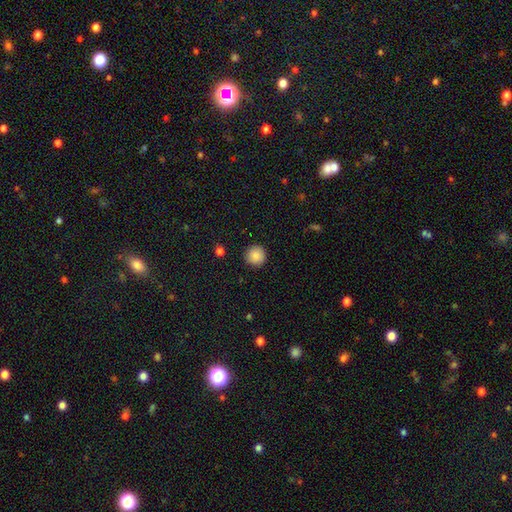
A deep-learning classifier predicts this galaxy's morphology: Smooth or featured: smooth — 87% (star or artifact — 9%)
How rounded: round — 95% (in between — 4%)
Merging: none — 92% (minor disturbance — 5%)